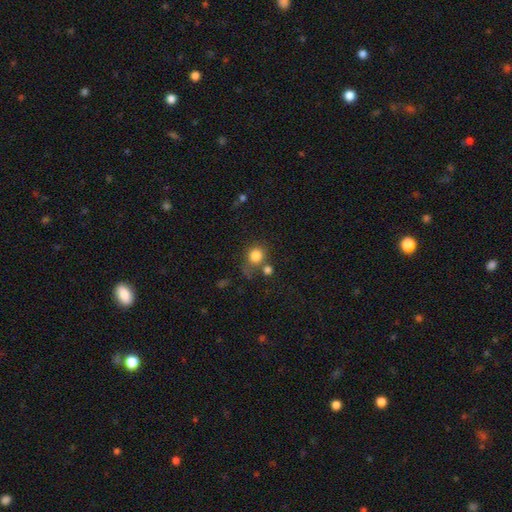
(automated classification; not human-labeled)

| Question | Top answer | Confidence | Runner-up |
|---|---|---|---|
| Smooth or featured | smooth | 82% | star or artifact (11%) |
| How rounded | round | 83% | in between (16%) |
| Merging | none | 59% | merger (18%) |